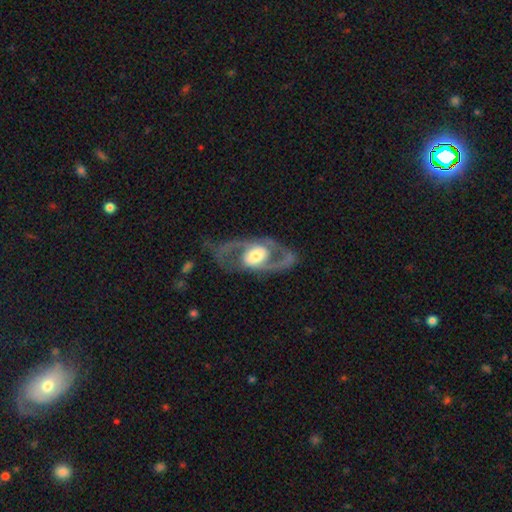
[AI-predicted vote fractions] Smooth or featured? featured or disk (83%)
Edge-on disk? no (94%)
Bar? no (51%)
Spiral arms? yes (81%)
Spiral winding? medium (53%)
Spiral arm count? 2 (88%)
Bulge size? moderate (48%)
Merging? none (71%)